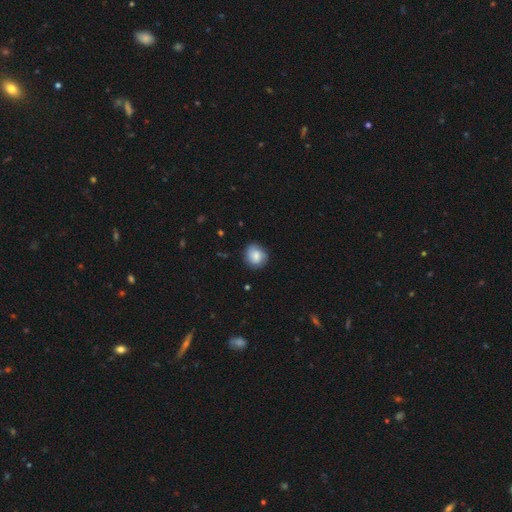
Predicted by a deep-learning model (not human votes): smooth-or-featured: smooth: 72% | featured or disk: 20% | star or artifact: 8%
  how-rounded: round: 79% | in between: 20% | cigar-shaped: 1%
  merging: none: 80% | minor disturbance: 15% | major disturbance: 4% | merger: 1%